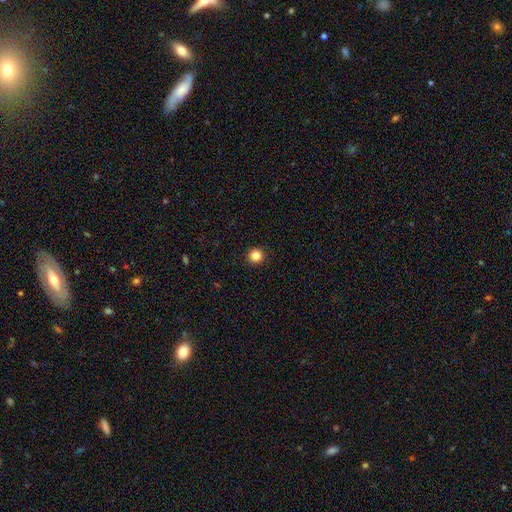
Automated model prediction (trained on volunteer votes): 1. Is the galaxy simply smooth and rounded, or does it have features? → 84% smooth, 12% star or artifact, 5% featured or disk.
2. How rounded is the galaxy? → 95% round, 5% in between, 1% cigar-shaped.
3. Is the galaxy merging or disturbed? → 93% none, 5% minor disturbance, 2% major disturbance, 1% merger.